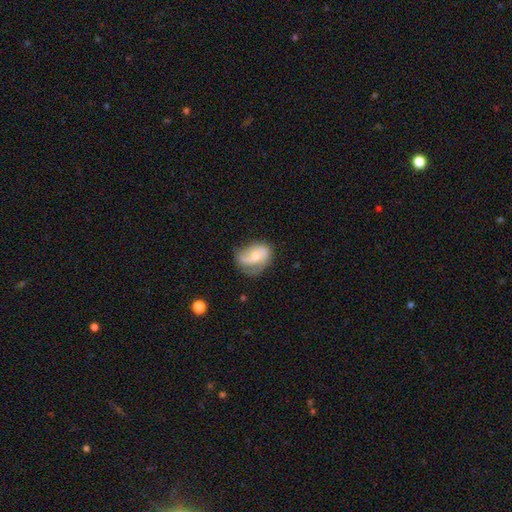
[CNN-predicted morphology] Q: Smooth or featured?
A: featured or disk (62%); runner-up: smooth (32%)
Q: Edge-on disk?
A: no (97%); runner-up: yes (3%)
Q: Bar?
A: no (60%); runner-up: weak (32%)
Q: Spiral arms?
A: yes (86%); runner-up: no (14%)
Q: Spiral winding?
A: loose (44%); runner-up: medium (38%)
Q: Spiral arm count?
A: 2 (69%); runner-up: 1 (17%)
Q: Bulge size?
A: moderate (50%); runner-up: small (42%)
Q: Merging?
A: none (52%); runner-up: minor disturbance (30%)